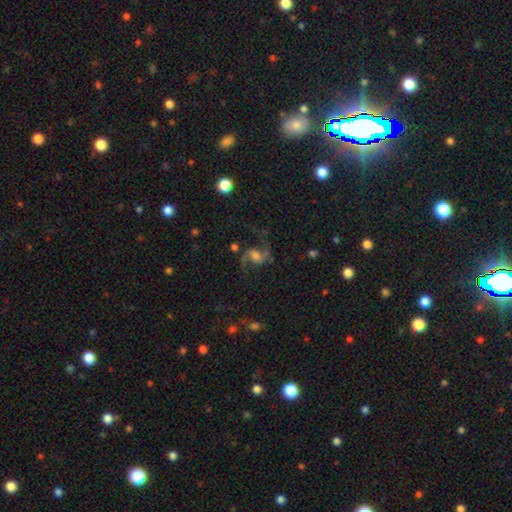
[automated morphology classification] This appears to be a featured or disk galaxy (85%) with a weak bar (47%), 2 (93%) loose (60%) spiral arms (97%) and a moderate central bulge (38%). Merging: none (70%).